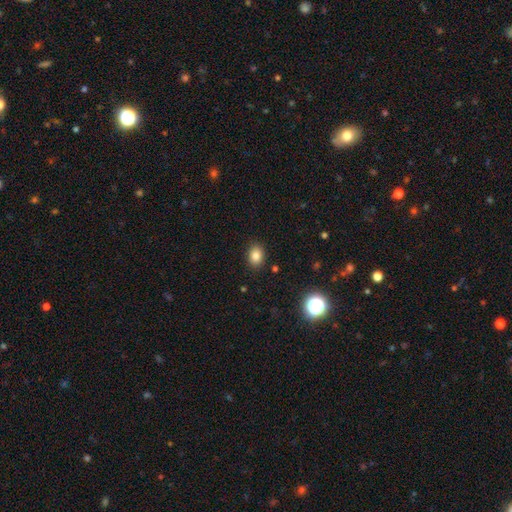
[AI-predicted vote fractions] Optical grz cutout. It shows a smooth galaxy with no disk features (84%) that is in between round and cigar-shaped (67%). Merging: none (88%).